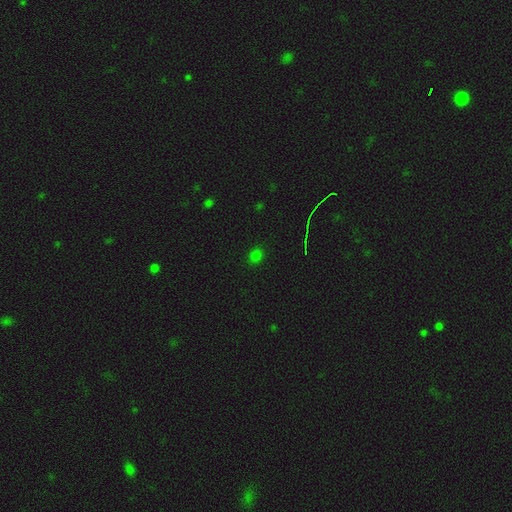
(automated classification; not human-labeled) This appears to be a smooth galaxy with no disk features (73%) that is round (72%). Merging: none (88%).